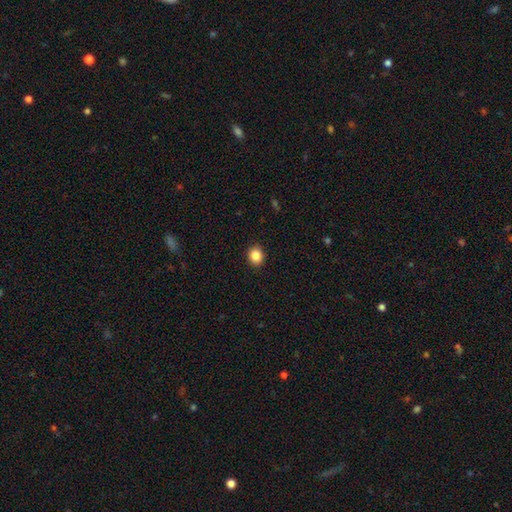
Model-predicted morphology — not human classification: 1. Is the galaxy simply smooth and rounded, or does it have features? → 86% smooth, 10% star or artifact, 4% featured or disk.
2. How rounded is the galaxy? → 69% round, 30% in between, 1% cigar-shaped.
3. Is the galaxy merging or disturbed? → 91% none, 6% minor disturbance, 2% major disturbance, 1% merger.